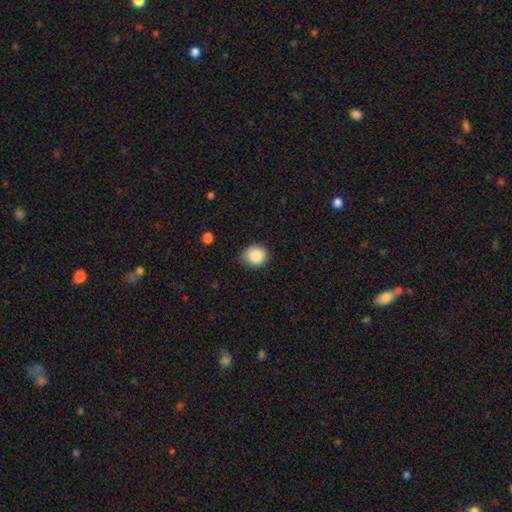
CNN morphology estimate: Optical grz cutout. It shows a smooth galaxy with no disk features (87%) that is round (85%). Merging: none (79%).